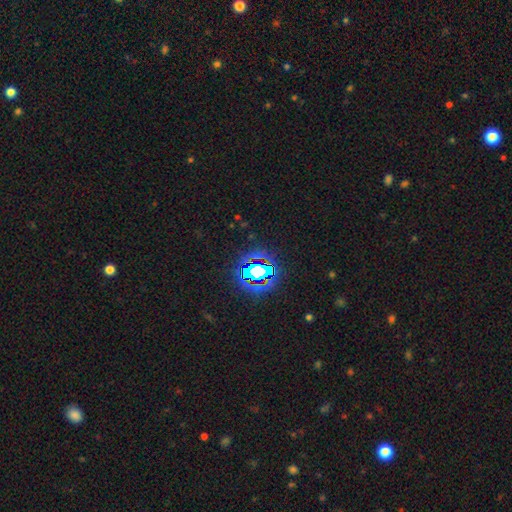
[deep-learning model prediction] smooth-or-featured: star or artifact: 83% | smooth: 10% | featured or disk: 7%